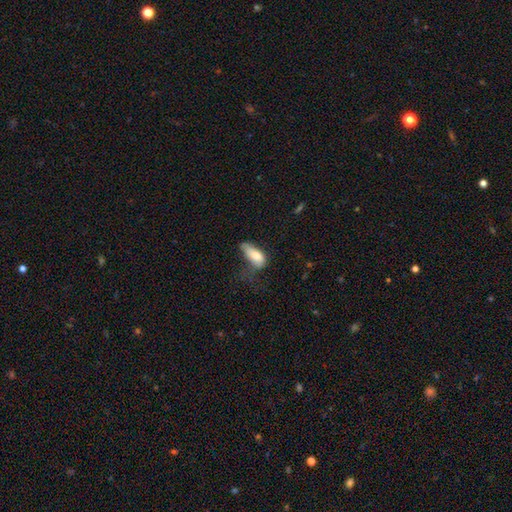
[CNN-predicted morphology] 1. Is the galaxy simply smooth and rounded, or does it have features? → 75% smooth, 17% featured or disk, 8% star or artifact.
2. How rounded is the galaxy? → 85% in between, 12% cigar-shaped, 3% round.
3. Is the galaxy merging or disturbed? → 40% major disturbance, 33% minor disturbance, 22% none, 5% merger.